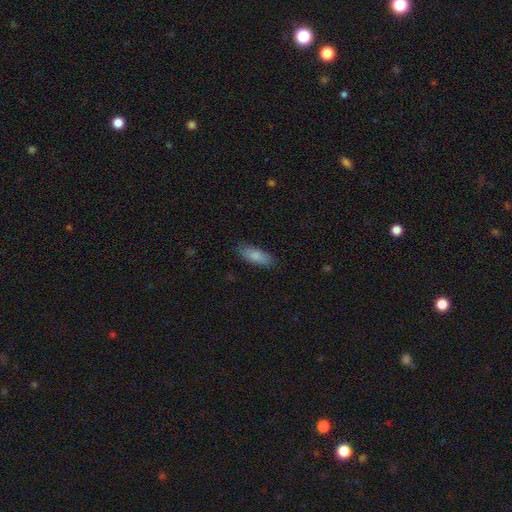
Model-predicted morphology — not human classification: type=smooth (85%); roundness=in between (70%); merging=none (85%).